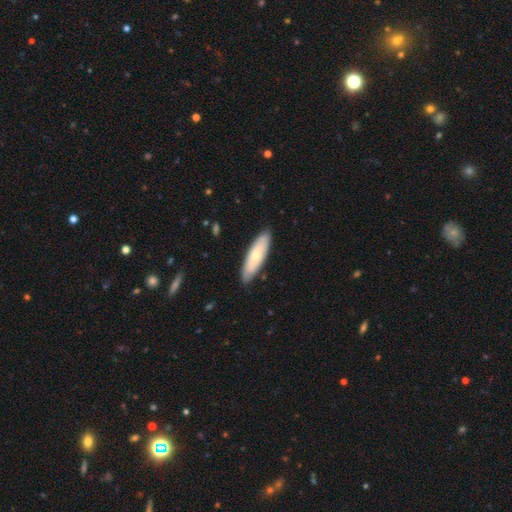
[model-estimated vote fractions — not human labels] smooth_or_featured: smooth (p=0.66) [alt: featured or disk p=0.29]
how_rounded: cigar-shaped (p=0.54) [alt: in between p=0.44]
merging: none (p=0.86) [alt: minor disturbance p=0.11]